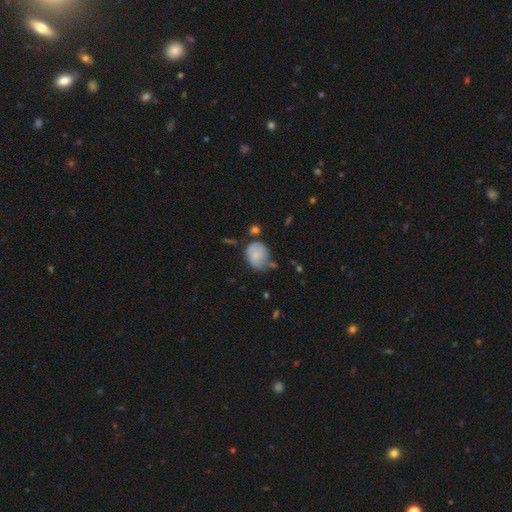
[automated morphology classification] A smooth galaxy with no disk features (70%) that is round (54%).

Vote fractions:
- Smooth or featured? smooth: 70% / featured or disk: 22% / star or artifact: 8%
- How rounded? round: 54% / in between: 45% / cigar-shaped: 1%
- Merging? minor disturbance: 39% / none: 38% / major disturbance: 16% / merger: 7%